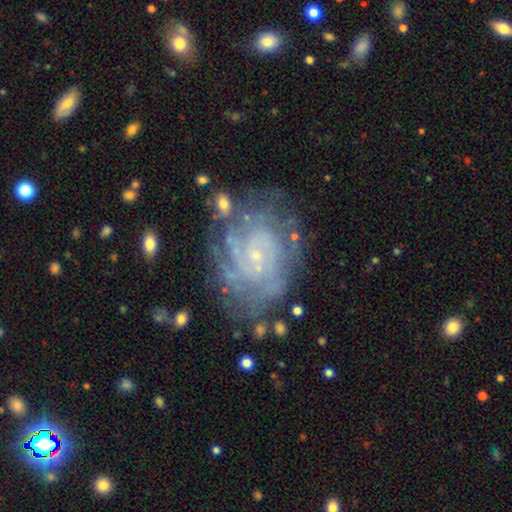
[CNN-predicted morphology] featured or disk 85%, smooth 7%, star or artifact 7%. Down the decision tree: edge-on disk — no (97%); bar — no (67%); spiral arms — yes (95%); spiral arm count — can't tell (36%); spiral winding — tight (72%); bulge size — small (84%); merging — none (68%).